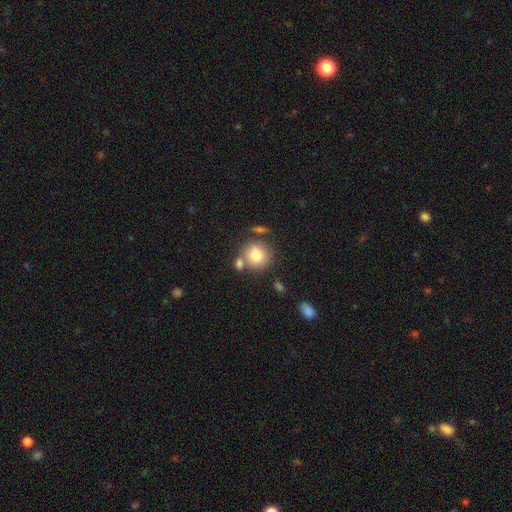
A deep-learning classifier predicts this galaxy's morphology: smooth 79%, featured or disk 12%, star or artifact 9%. Down the decision tree: how rounded — round (86%); merging — none (61%).